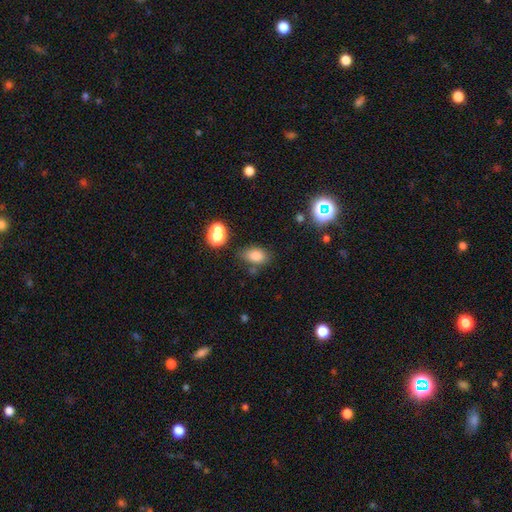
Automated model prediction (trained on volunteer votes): This appears to be a smooth galaxy with no disk features (79%) that is in between round and cigar-shaped (83%). Merging: none (70%).